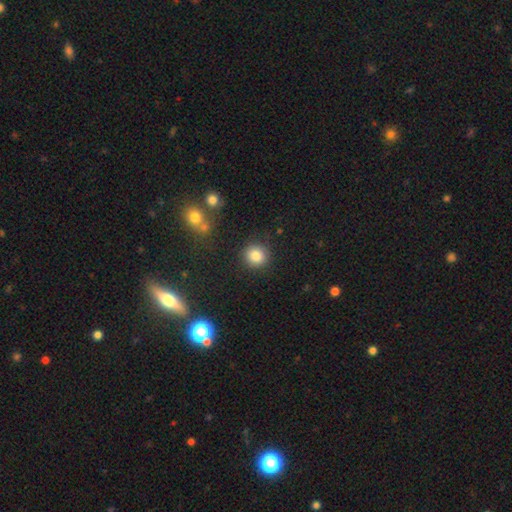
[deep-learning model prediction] Smooth or featured? smooth (85%)
How rounded? round (89%)
Merging? none (88%)